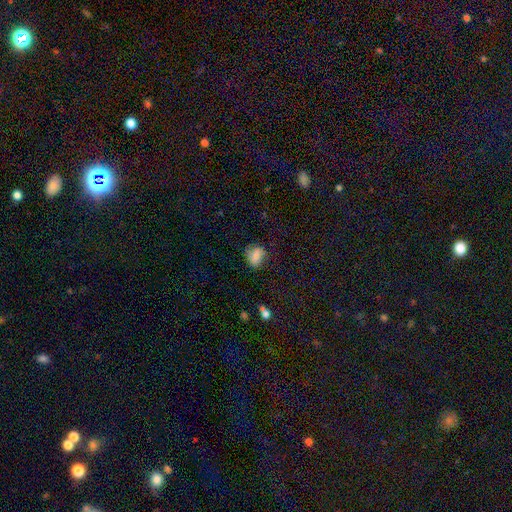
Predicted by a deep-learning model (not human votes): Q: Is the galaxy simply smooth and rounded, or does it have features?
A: smooth — 74%.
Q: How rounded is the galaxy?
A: in between — 60%.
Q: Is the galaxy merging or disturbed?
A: none — 59%.